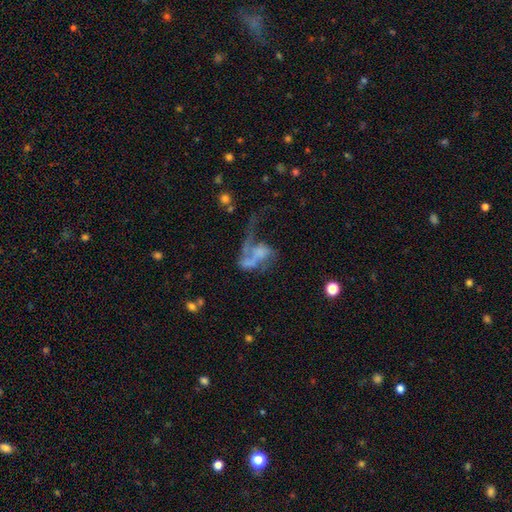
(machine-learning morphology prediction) A featured or disk galaxy (63%) with no bar (74%), spiral arms (54%) and no central bulge (60%).

Vote fractions:
- Smooth or featured? featured or disk: 63% / smooth: 24% / star or artifact: 13%
- Edge-on disk? no: 96% / yes: 4%
- Bar? no: 74% / weak: 19% / strong: 7%
- Spiral arms? yes: 54% / no: 46%
- Bulge size? none: 60% / small: 17% / moderate: 14% / large: 7% / dominant: 3%
- Merging? major disturbance: 49% / merger: 21% / none: 19% / minor disturbance: 11%